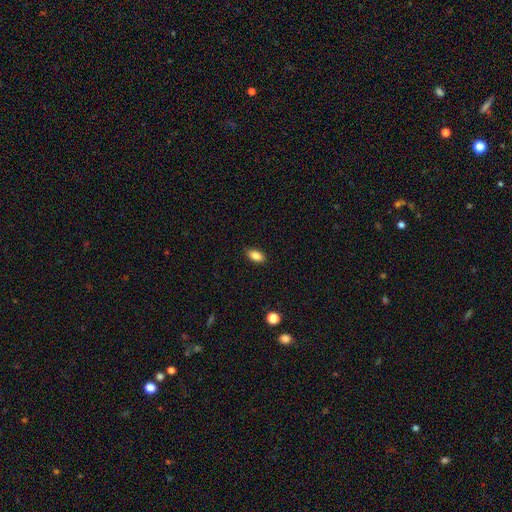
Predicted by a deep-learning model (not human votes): Q: Smooth or featured?
A: smooth (86%); runner-up: star or artifact (8%)
Q: How rounded?
A: in between (91%); runner-up: round (5%)
Q: Merging?
A: none (87%); runner-up: minor disturbance (10%)